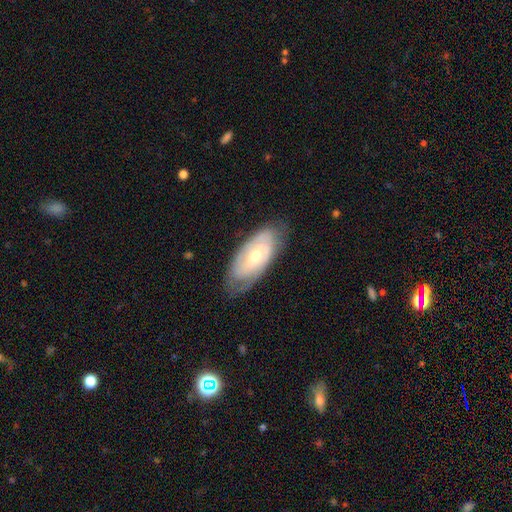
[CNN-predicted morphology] featured or disk 69%, smooth 26%, star or artifact 6%. Down the decision tree: edge-on disk — no (90%); bar — no (50%); spiral arms — yes (82%); spiral arm count — 2 (47%); spiral winding — tight (59%); bulge size — moderate (58%); merging — none (74%).